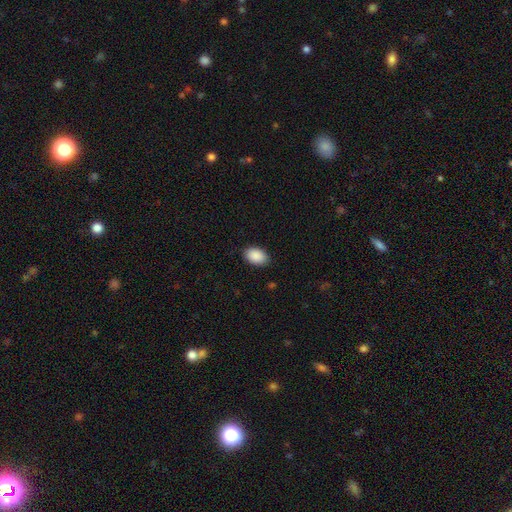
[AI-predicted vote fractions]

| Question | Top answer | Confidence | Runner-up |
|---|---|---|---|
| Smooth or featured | smooth | 91% | star or artifact (6%) |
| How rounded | in between | 90% | round (9%) |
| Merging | none | 88% | minor disturbance (9%) |